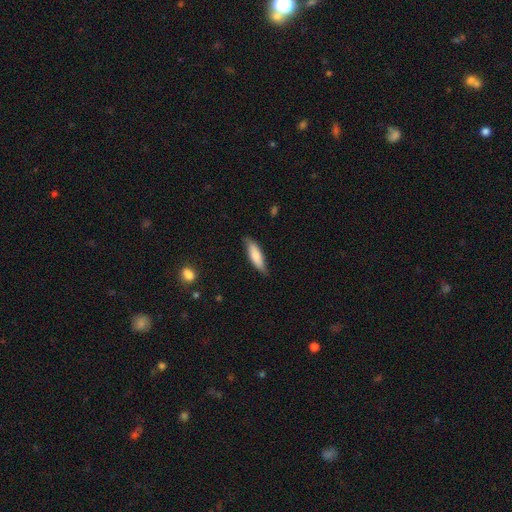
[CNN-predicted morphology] The model was most divided on "how rounded": cigar-shaped: 58%, in between: 40%, round: 2%. More confident: merging — none (78%); smooth or featured — smooth (76%).